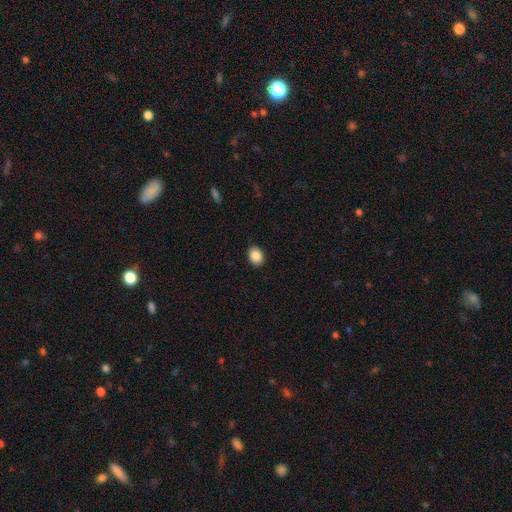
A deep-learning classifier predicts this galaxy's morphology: A smooth galaxy with no disk features (88%) that is in between round and cigar-shaped (56%).

Vote fractions:
- Smooth or featured? smooth: 88% / star or artifact: 8% / featured or disk: 4%
- How rounded? in between: 56% / round: 43% / cigar-shaped: 1%
- Merging? none: 91% / minor disturbance: 7% / major disturbance: 2% / merger: 1%